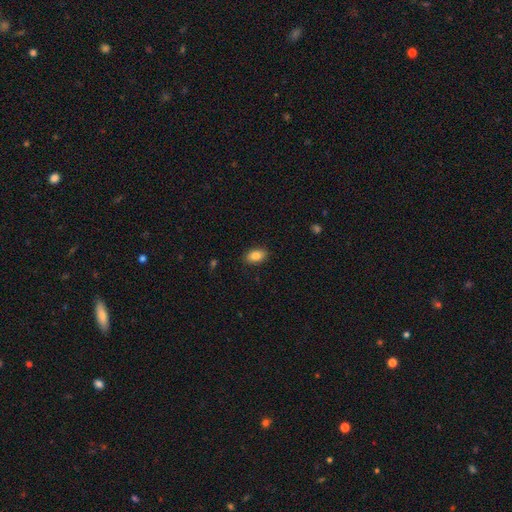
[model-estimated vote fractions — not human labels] Overall: smooth (85%). How rounded: in between (88%). Merging: none (88%).